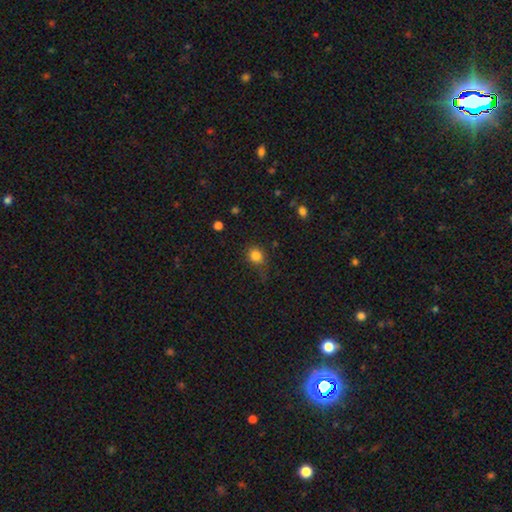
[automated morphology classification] smooth-or-featured: smooth: 83% | star or artifact: 12% | featured or disk: 5%
  how-rounded: round: 74% | in between: 25% | cigar-shaped: 1%
  merging: none: 66% | minor disturbance: 23% | major disturbance: 8% | merger: 2%